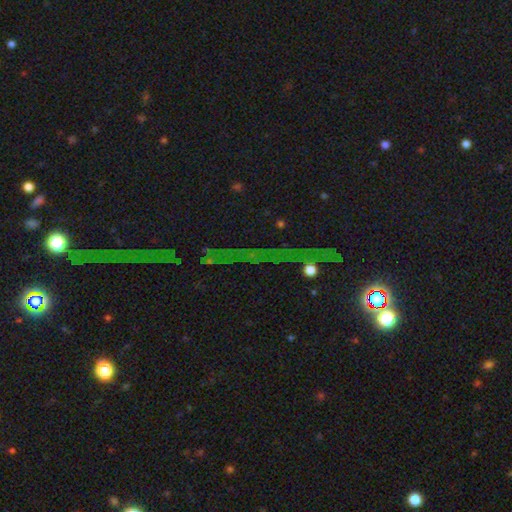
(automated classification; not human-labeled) Smooth or featured?
  - star or artifact: 77% *
  - featured or disk: 12%
  - smooth: 11%